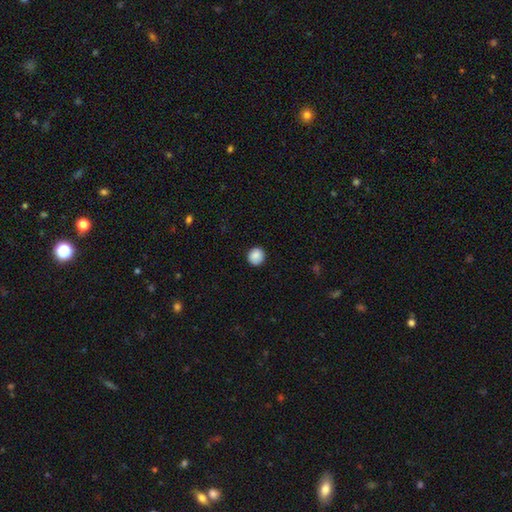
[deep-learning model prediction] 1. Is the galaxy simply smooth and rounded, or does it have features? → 88% smooth, 8% star or artifact, 4% featured or disk.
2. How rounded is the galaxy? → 88% round, 11% in between, 1% cigar-shaped.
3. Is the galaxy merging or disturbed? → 89% none, 8% minor disturbance, 2% major disturbance, 1% merger.